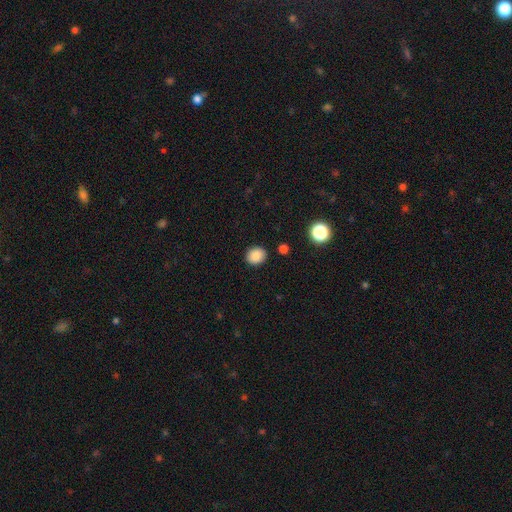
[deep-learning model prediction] Smooth or featured?
  - smooth: 86% *
  - star or artifact: 10%
  - featured or disk: 4%
How rounded?
  - round: 61% *
  - in between: 38%
  - cigar-shaped: 1%
Merging?
  - none: 87% *
  - minor disturbance: 8%
  - major disturbance: 2%
  - merger: 2%